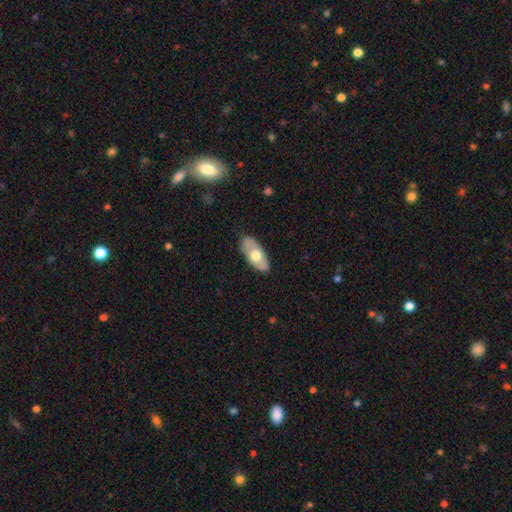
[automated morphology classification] This is possibly a smooth galaxy (56%). How rounded: clearly in between (89%). Merging: clearly none (80%).